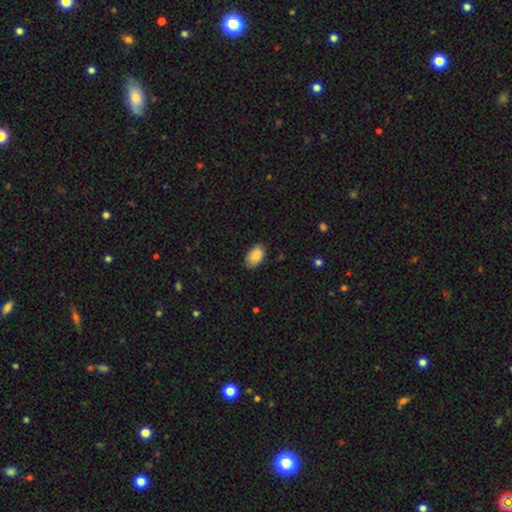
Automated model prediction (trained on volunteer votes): This is clearly a smooth galaxy (86%). How rounded: clearly in between (92%). Merging: clearly none (81%).